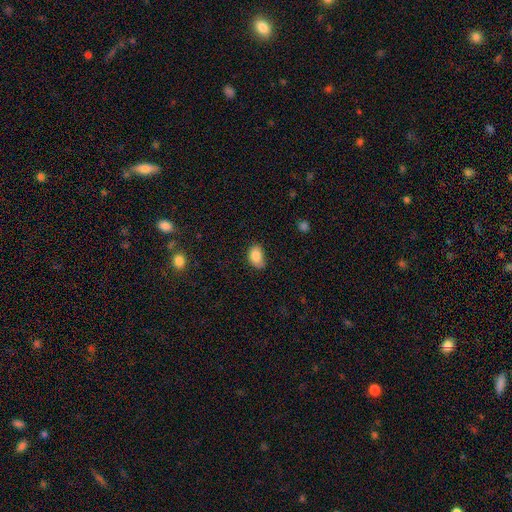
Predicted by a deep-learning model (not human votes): Morphology: type=smooth (85%); roundness=in between (84%); merging=none (60%).